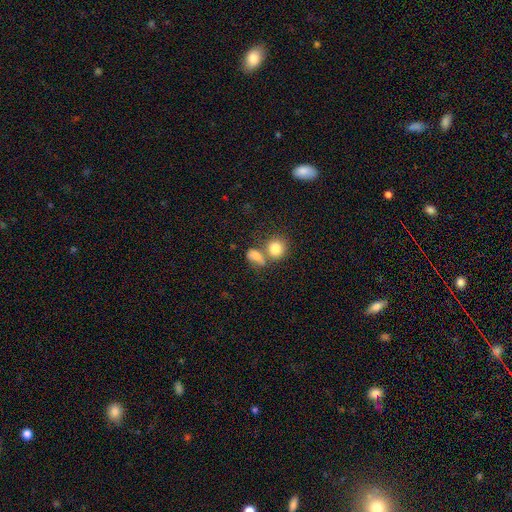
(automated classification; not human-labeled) smooth_or_featured: smooth (p=0.77) [alt: featured or disk p=0.12]
how_rounded: in between (p=0.62) [alt: round p=0.34]
merging: merger (p=0.46) [alt: none p=0.34]